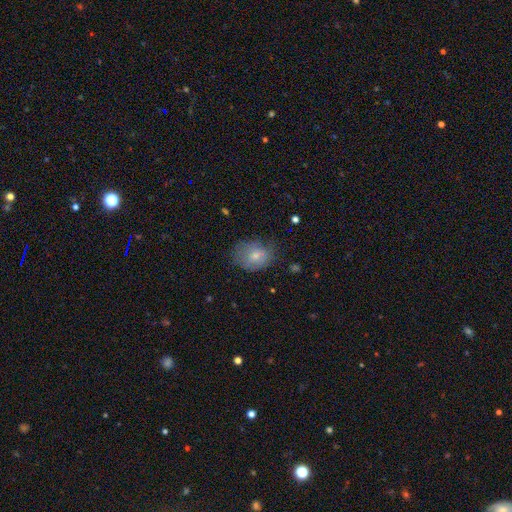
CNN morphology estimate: Smooth or featured? smooth (68%)
How rounded? in between (59%)
Merging? none (53%)